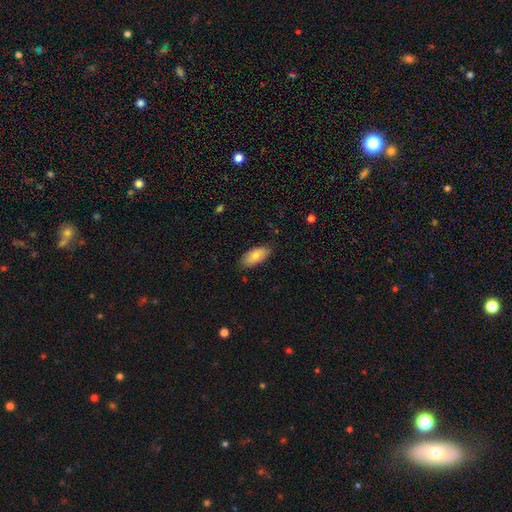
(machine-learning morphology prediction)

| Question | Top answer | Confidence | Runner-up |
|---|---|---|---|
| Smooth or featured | smooth | 82% | featured or disk (12%) |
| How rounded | in between | 89% | cigar-shaped (8%) |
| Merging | none | 82% | minor disturbance (14%) |